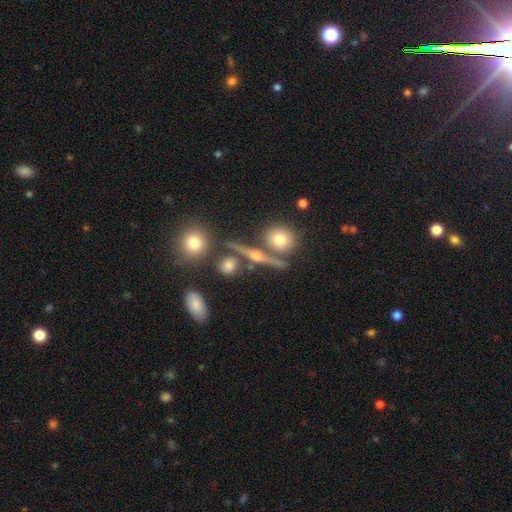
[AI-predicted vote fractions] The model was most divided on "smooth or featured": featured or disk: 56%, smooth: 29%, star or artifact: 15%. More confident: edge-on disk — yes (86%); merging — none (72%).